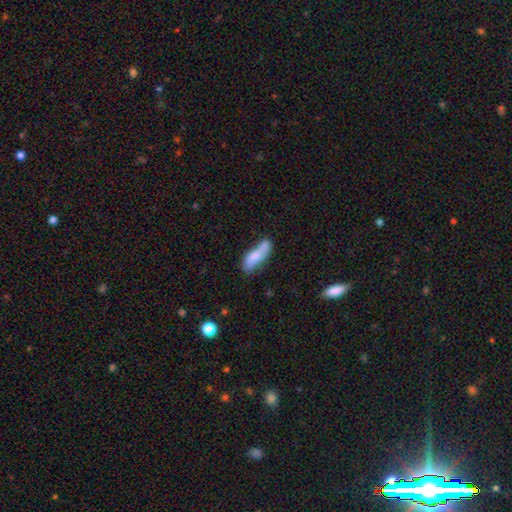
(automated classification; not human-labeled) smooth 73%, featured or disk 21%, star or artifact 7%. Down the decision tree: how rounded — cigar-shaped (54%); merging — none (52%).